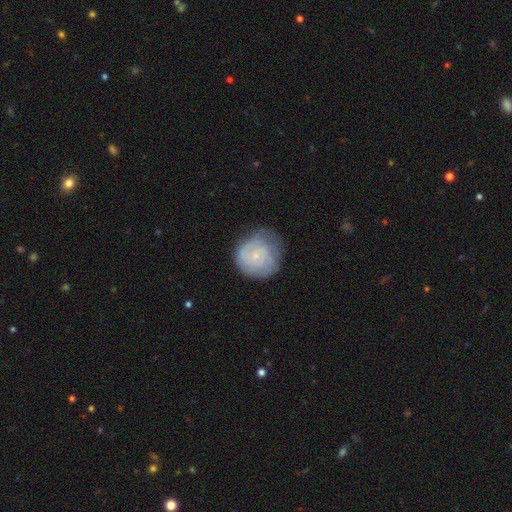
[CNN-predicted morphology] The model was most divided on "smooth or featured": featured or disk: 49%, smooth: 44%, star or artifact: 7%. More confident: merging — none (57%).